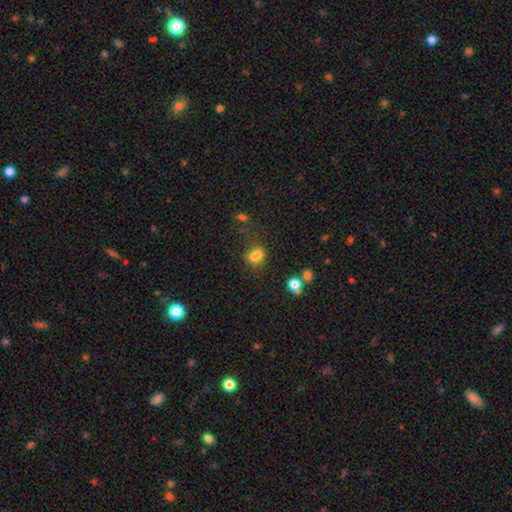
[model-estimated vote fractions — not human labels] Overall: smooth (78%). How rounded: in between (62%; round 37%). Merging: none (53%; minor disturbance 22%).